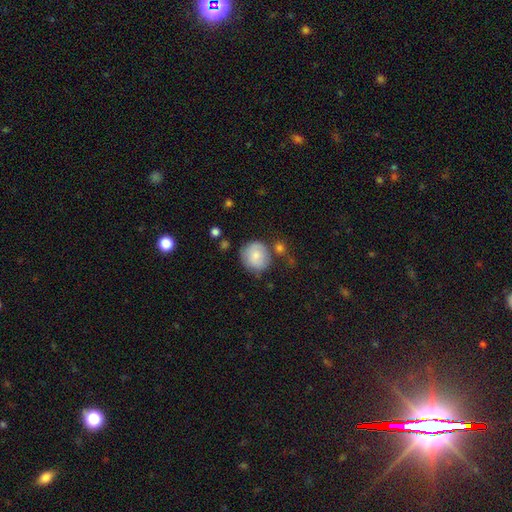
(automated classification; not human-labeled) Smooth or featured: smooth — 78% (featured or disk — 15%)
How rounded: round — 87% (in between — 12%)
Merging: none — 64% (minor disturbance — 21%)